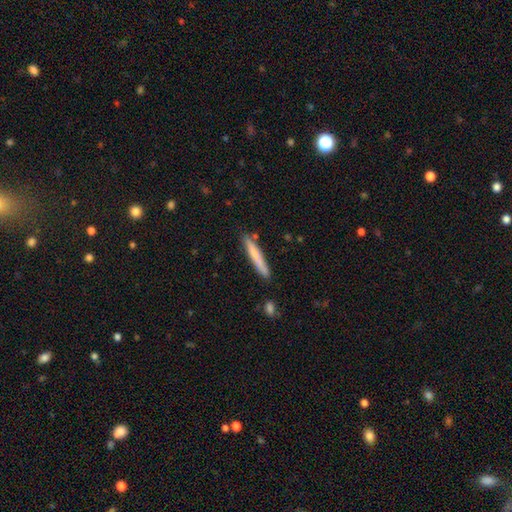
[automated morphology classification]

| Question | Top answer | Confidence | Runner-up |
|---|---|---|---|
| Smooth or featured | smooth | 68% | featured or disk (26%) |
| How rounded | cigar-shaped | 95% | in between (4%) |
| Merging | none | 84% | minor disturbance (11%) |